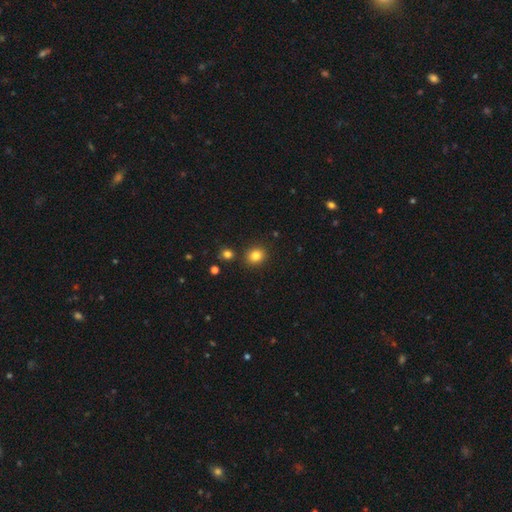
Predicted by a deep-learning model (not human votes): Overall: smooth (83%). How rounded: round (79%). Merging: none (87%).